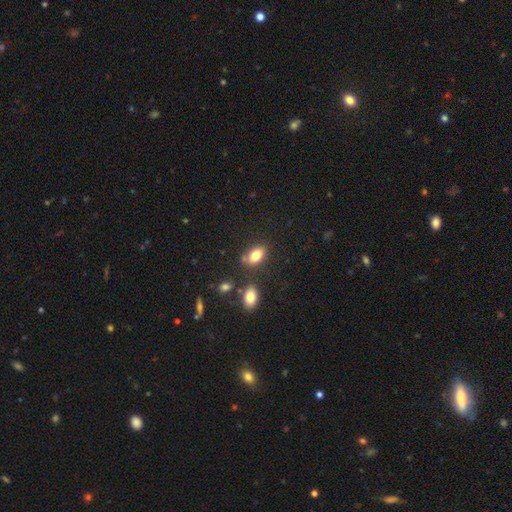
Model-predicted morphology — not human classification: smooth-or-featured: smooth: 80% | featured or disk: 11% | star or artifact: 9%
  how-rounded: in between: 88% | round: 9% | cigar-shaped: 3%
  merging: none: 68% | minor disturbance: 15% | merger: 14% | major disturbance: 4%